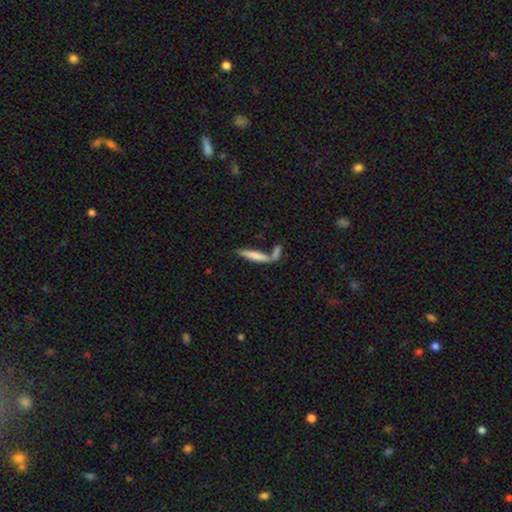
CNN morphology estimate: Smooth or featured: smooth — 70% (featured or disk — 23%)
How rounded: cigar-shaped — 83% (in between — 15%)
Merging: none — 48% (merger — 35%)